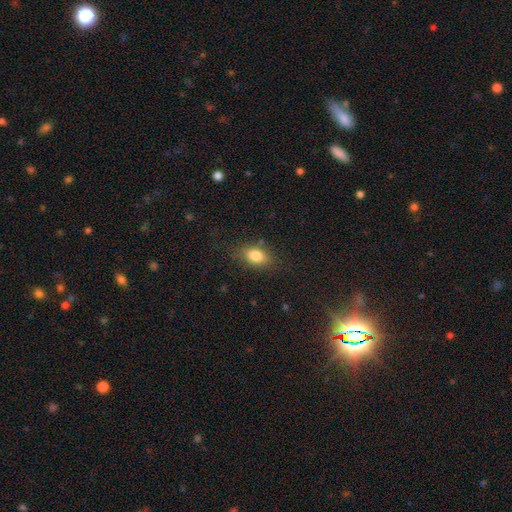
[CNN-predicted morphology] Overall: smooth (81%). How rounded: in between (83%). Merging: none (79%).